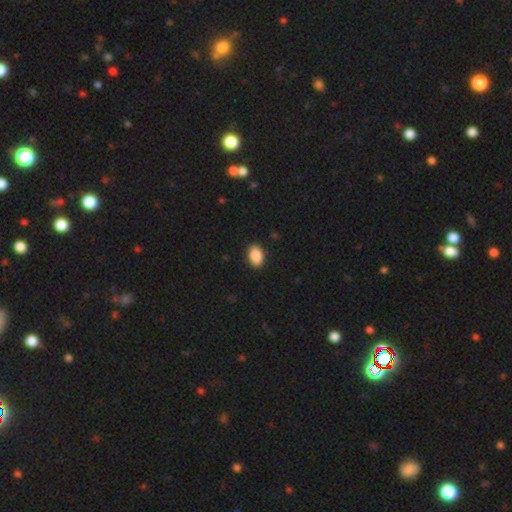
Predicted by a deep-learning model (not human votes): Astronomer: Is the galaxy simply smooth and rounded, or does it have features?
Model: smooth — 90%.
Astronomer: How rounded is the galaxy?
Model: in between — 89%.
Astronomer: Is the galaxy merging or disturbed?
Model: none — 90%.